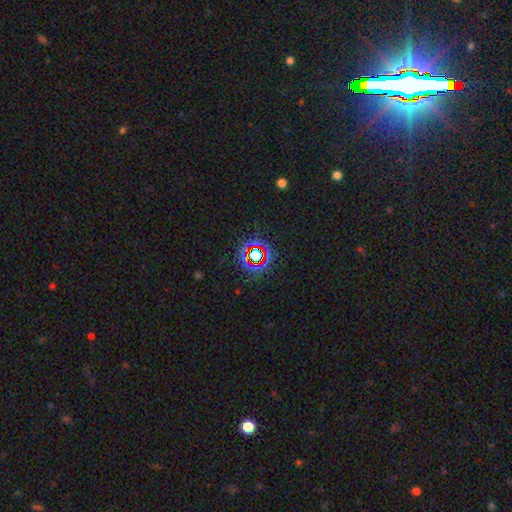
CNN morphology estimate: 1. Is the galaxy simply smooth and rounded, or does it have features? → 73% star or artifact, 16% smooth, 10% featured or disk.